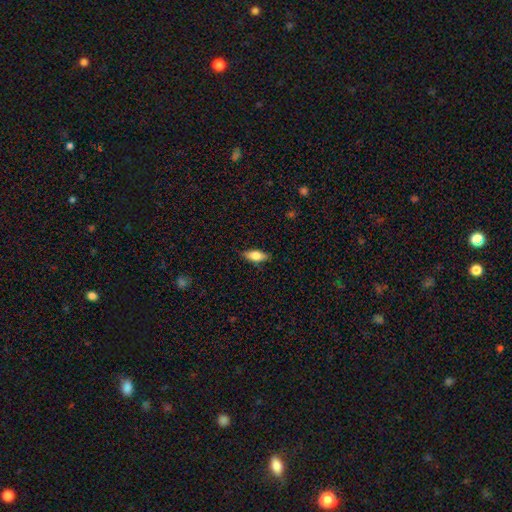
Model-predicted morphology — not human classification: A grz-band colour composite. It shows a smooth galaxy with no disk features (75%) that is in between round and cigar-shaped (80%). Merging: none (84%).